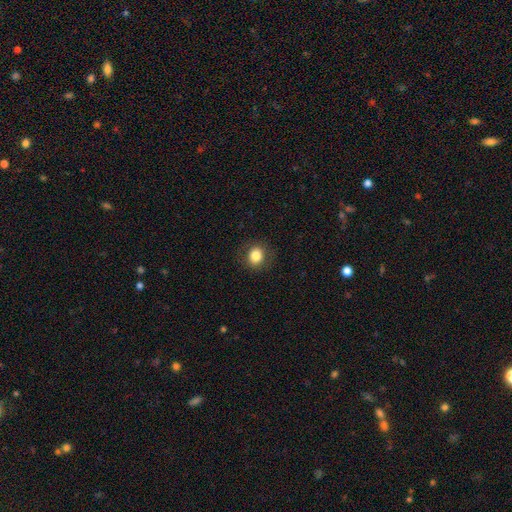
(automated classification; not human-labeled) Morphology: type=smooth (83%); roundness=round (76%); merging=none (87%).